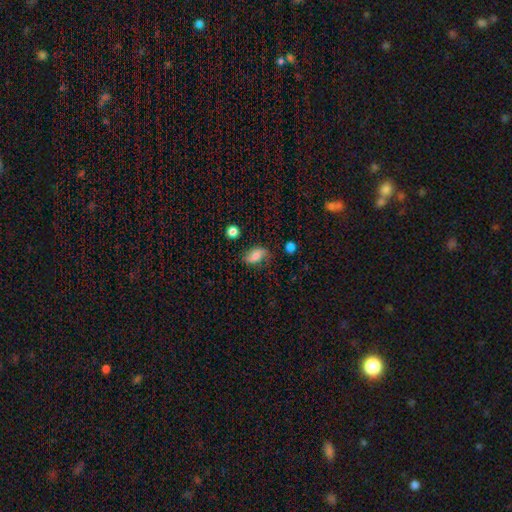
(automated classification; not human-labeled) A smooth galaxy with no disk features (59%) that is in between round and cigar-shaped (86%). Merging: none (66%).